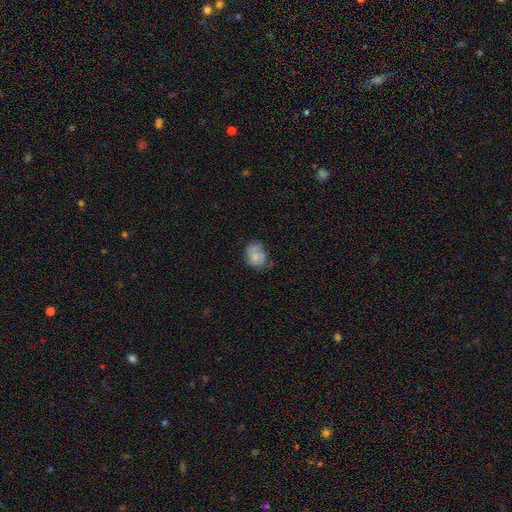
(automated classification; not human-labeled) A smooth galaxy with no disk features (70%) that is round (54%).

Vote fractions:
- Smooth or featured? smooth: 70% / featured or disk: 21% / star or artifact: 9%
- How rounded? round: 54% / in between: 45% / cigar-shaped: 1%
- Merging? none: 53% / minor disturbance: 32% / major disturbance: 12% / merger: 3%